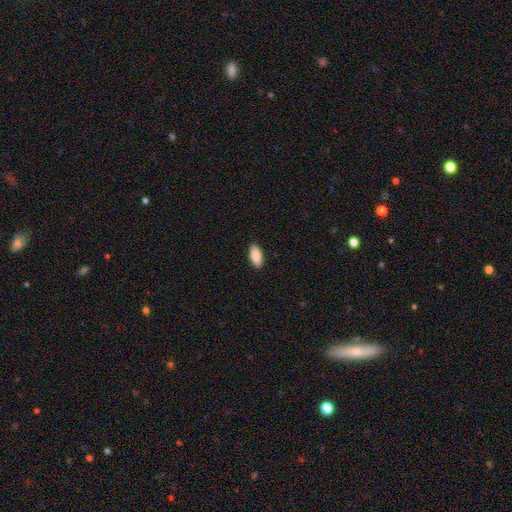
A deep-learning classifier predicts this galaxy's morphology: The model was most divided on "merging": none: 90%, minor disturbance: 7%, major disturbance: 2%, merger: 1%. More confident: how rounded — in between (91%); smooth or featured — smooth (90%).